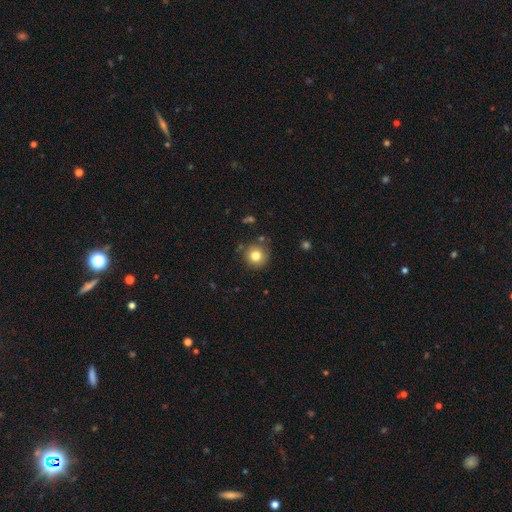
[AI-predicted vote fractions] Smooth or featured? Predicted: smooth (p=0.80). How rounded? Predicted: round (p=0.94). Merging? Predicted: none (p=0.84).